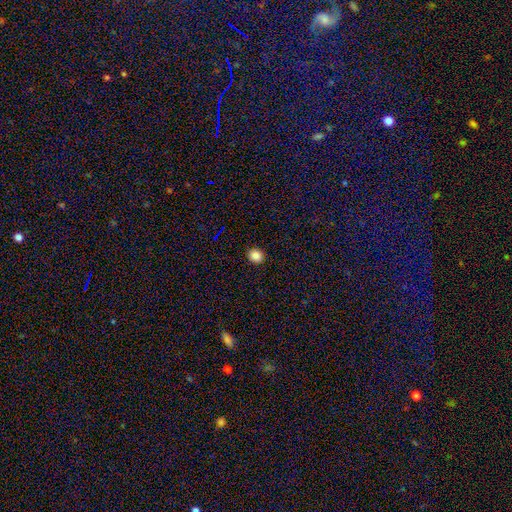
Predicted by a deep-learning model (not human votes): Morphology: type=smooth (87%); roundness=round (76%); merging=none (92%).